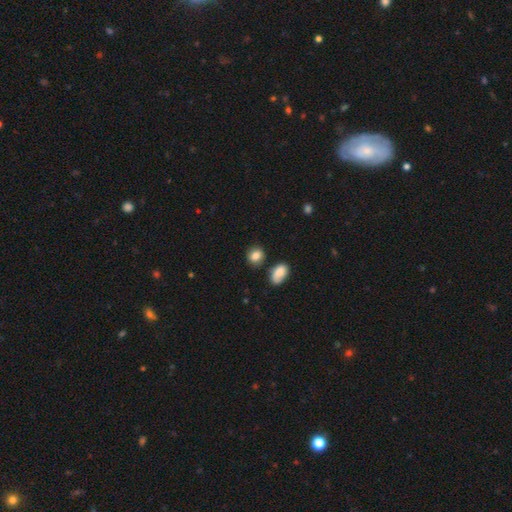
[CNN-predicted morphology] A smooth galaxy with no disk features (84%) that is round (59%). Merging: none (77%).